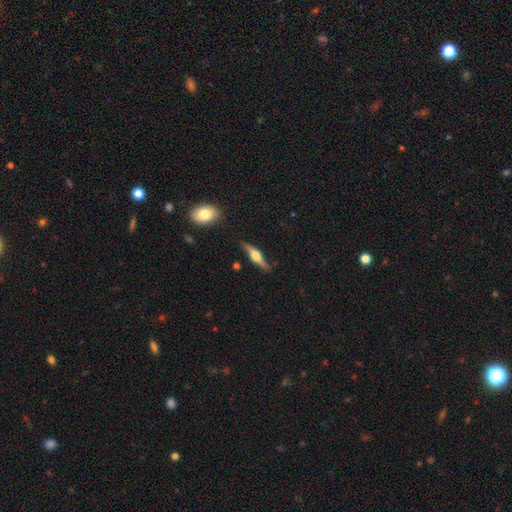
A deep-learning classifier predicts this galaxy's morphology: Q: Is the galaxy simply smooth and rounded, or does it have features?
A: featured or disk — 72%.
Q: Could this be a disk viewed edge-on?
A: yes — 94%.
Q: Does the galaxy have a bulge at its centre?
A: rounded — 93%.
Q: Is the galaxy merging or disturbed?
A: none — 81%.